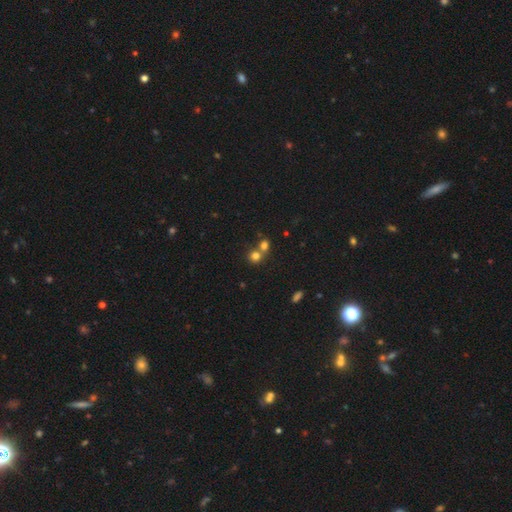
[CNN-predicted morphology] The model was most divided on "merging": none: 47%, merger: 45%, minor disturbance: 5%, major disturbance: 3%. More confident: how rounded — round (86%); smooth or featured — smooth (76%).